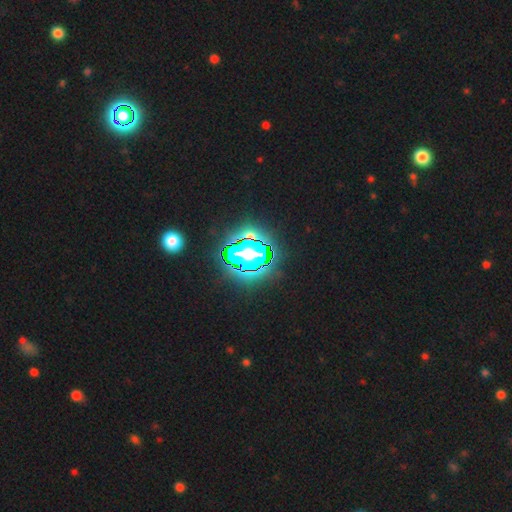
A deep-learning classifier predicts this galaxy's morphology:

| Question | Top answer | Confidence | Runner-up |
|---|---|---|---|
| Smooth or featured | star or artifact | 73% | smooth (14%) |